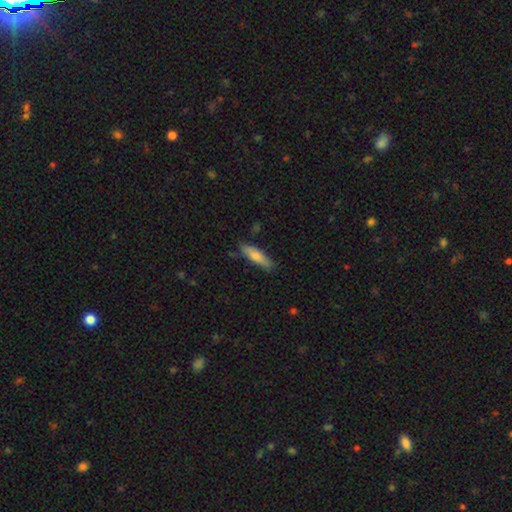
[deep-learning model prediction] Smooth or featured? Predicted: smooth (p=0.72). How rounded? Predicted: cigar-shaped (p=0.67). Merging? Predicted: none (p=0.79).